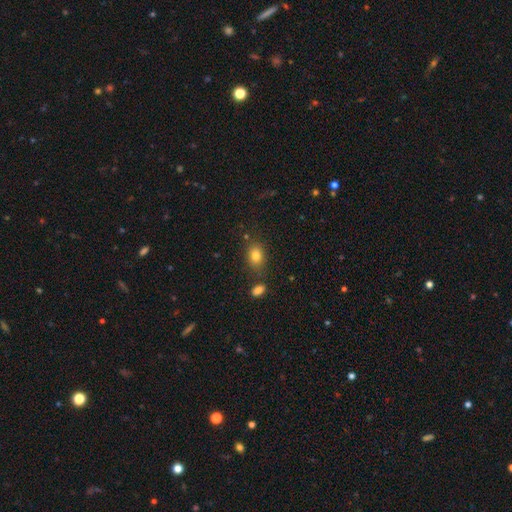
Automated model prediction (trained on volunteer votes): smooth 81%, star or artifact 11%, featured or disk 8%. Down the decision tree: how rounded — in between (70%); merging — none (77%).